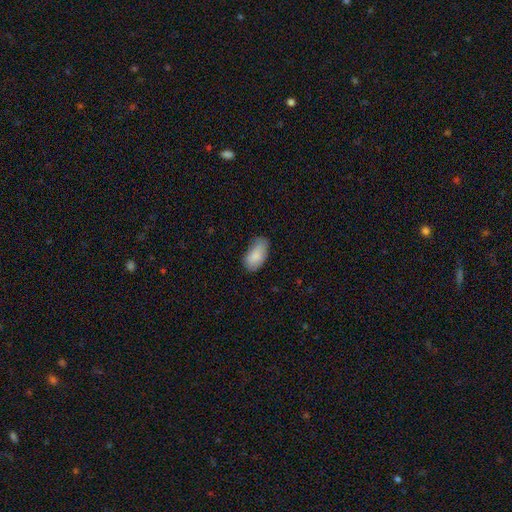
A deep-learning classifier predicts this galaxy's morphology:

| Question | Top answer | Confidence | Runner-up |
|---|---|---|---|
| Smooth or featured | smooth | 85% | featured or disk (8%) |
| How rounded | in between | 95% | round (3%) |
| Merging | none | 67% | minor disturbance (27%) |